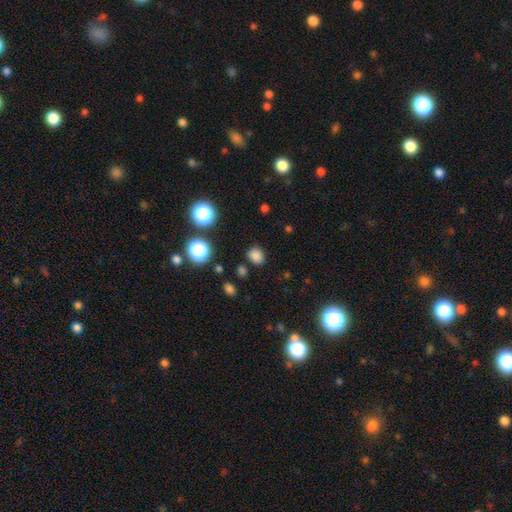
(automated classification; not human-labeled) Smooth or featured: smooth — 79% (star or artifact — 17%)
How rounded: round — 65% (in between — 34%)
Merging: none — 82% (minor disturbance — 11%)